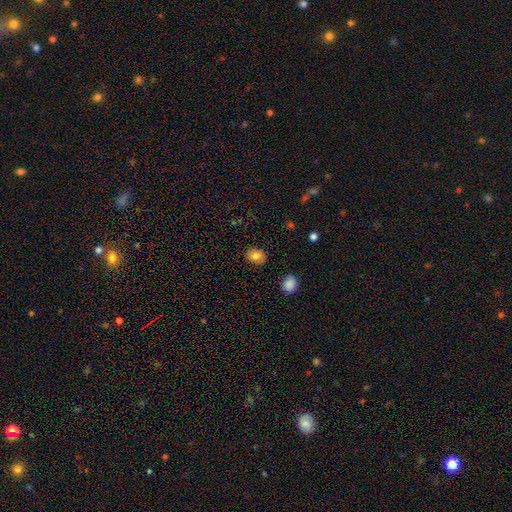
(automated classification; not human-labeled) A smooth galaxy with no disk features (80%) that is in between round and cigar-shaped (57%). Merging: none (84%).